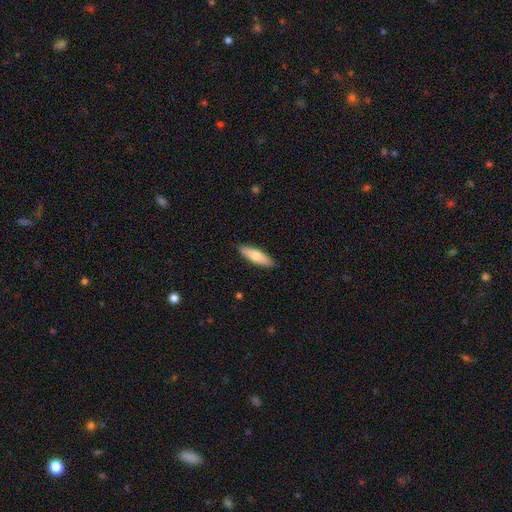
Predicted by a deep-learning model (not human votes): Q: Smooth or featured?
A: smooth (74%); runner-up: featured or disk (20%)
Q: How rounded?
A: cigar-shaped (60%); runner-up: in between (39%)
Q: Merging?
A: none (90%); runner-up: minor disturbance (8%)